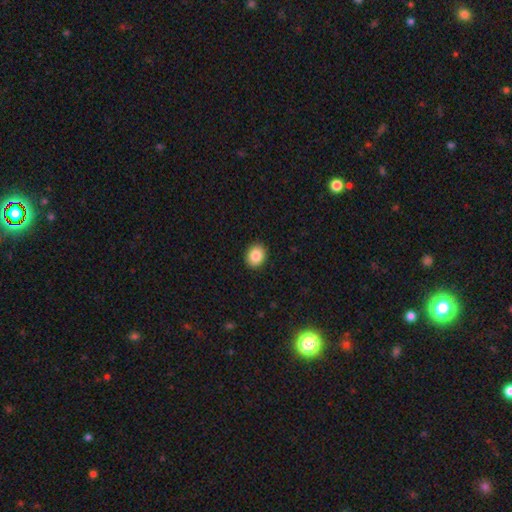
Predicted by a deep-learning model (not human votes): smooth 86%, star or artifact 8%, featured or disk 6%. Down the decision tree: how rounded — round (57%); merging — none (91%).